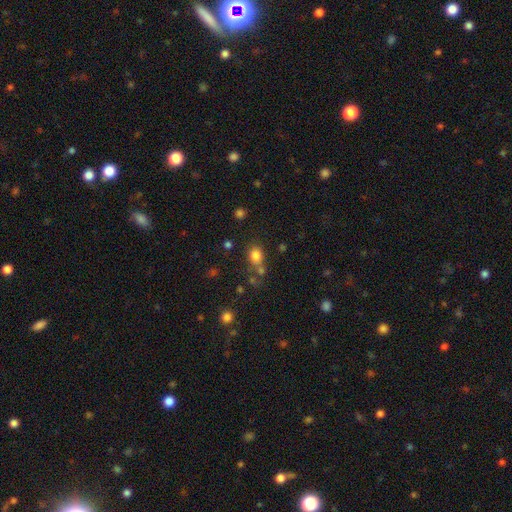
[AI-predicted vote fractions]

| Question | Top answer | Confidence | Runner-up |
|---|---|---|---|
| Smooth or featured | smooth | 79% | star or artifact (13%) |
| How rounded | round | 59% | in between (40%) |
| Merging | none | 59% | merger (20%) |